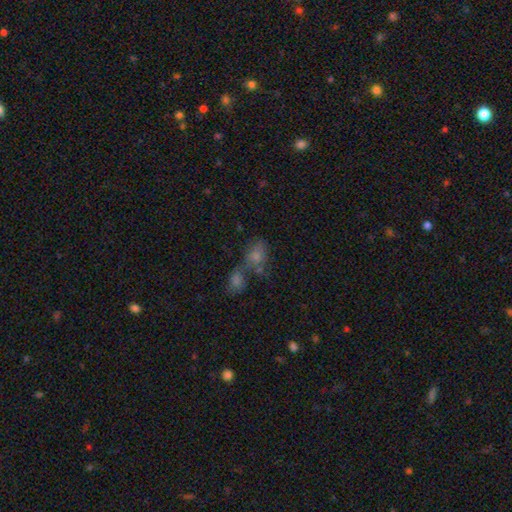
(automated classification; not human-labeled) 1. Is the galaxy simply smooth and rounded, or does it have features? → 65% smooth, 18% featured or disk, 17% star or artifact.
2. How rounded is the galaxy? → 71% in between, 25% round, 3% cigar-shaped.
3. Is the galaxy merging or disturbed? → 50% merger, 29% none, 12% minor disturbance, 9% major disturbance.